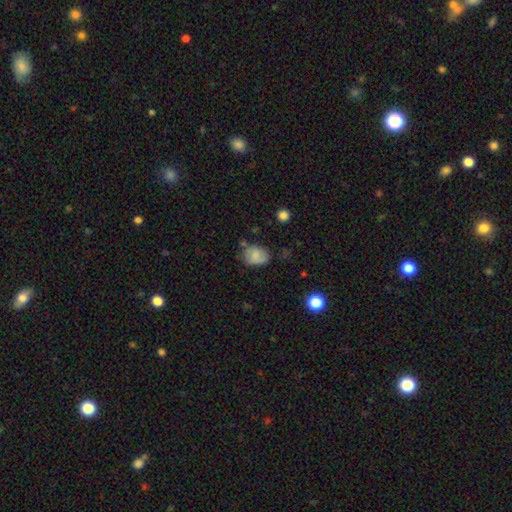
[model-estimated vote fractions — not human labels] Smooth or featured?
  - smooth: 72% *
  - featured or disk: 19%
  - star or artifact: 9%
How rounded?
  - in between: 64% *
  - round: 35%
  - cigar-shaped: 1%
Merging?
  - none: 55% *
  - minor disturbance: 30%
  - major disturbance: 9%
  - merger: 5%